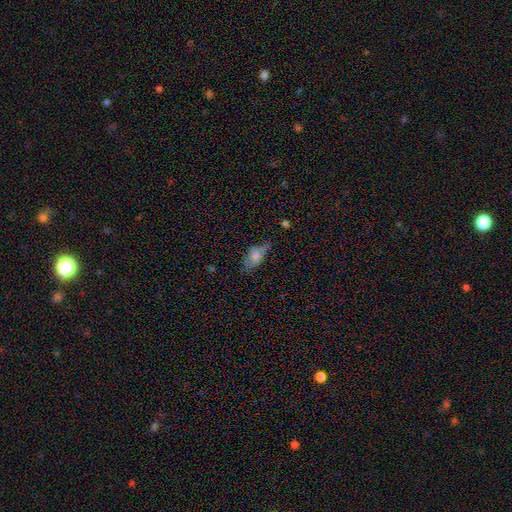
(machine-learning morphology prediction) A smooth galaxy with no disk features (67%) that is in between round and cigar-shaped (86%).

Vote fractions:
- Smooth or featured? smooth: 67% / featured or disk: 21% / star or artifact: 12%
- How rounded? in between: 86% / cigar-shaped: 8% / round: 6%
- Merging? none: 42% / minor disturbance: 34% / major disturbance: 17% / merger: 7%